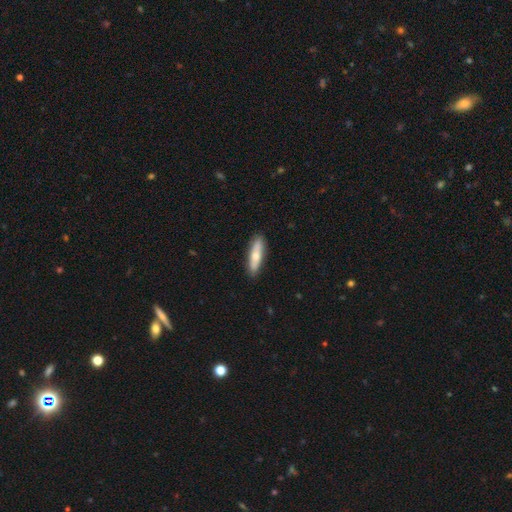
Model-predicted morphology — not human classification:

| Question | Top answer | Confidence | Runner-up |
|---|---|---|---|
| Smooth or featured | smooth | 61% | featured or disk (34%) |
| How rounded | cigar-shaped | 68% | in between (30%) |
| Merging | none | 89% | minor disturbance (9%) |